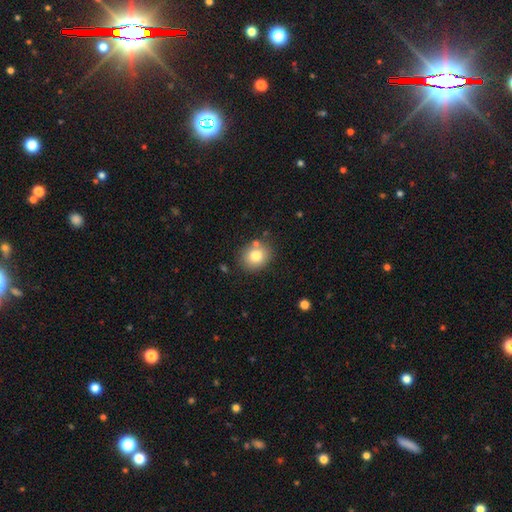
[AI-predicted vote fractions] Smooth or featured? smooth (79%)
How rounded? round (68%)
Merging? none (78%)